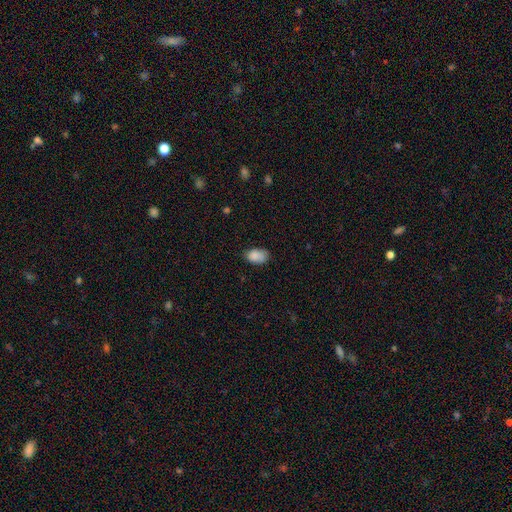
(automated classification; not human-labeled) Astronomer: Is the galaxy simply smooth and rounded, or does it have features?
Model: smooth — 86%.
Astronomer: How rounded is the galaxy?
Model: in between — 88%.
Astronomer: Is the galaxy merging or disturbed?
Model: none — 68%.